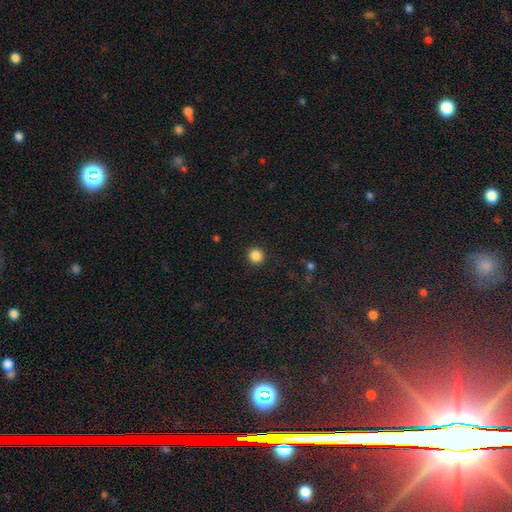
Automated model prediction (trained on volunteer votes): Smooth or featured?
  - smooth: 86% *
  - star or artifact: 11%
  - featured or disk: 3%
How rounded?
  - round: 94% *
  - in between: 5%
  - cigar-shaped: 1%
Merging?
  - none: 92% *
  - minor disturbance: 5%
  - major disturbance: 2%
  - merger: 1%